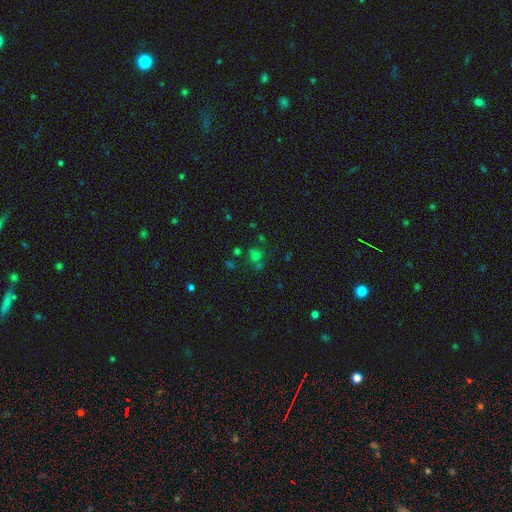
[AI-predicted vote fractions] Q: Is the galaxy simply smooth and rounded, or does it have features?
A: smooth — 54%.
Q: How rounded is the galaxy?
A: round — 81%.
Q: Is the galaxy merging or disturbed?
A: none — 61%.